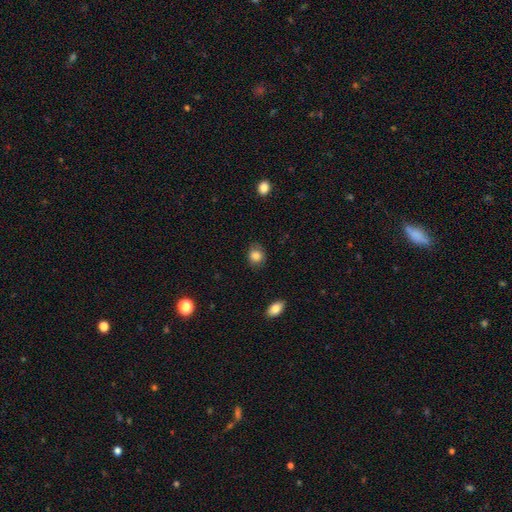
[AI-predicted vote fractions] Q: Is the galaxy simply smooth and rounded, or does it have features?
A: smooth — 85%.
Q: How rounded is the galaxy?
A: round — 68%.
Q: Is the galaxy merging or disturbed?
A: none — 78%.